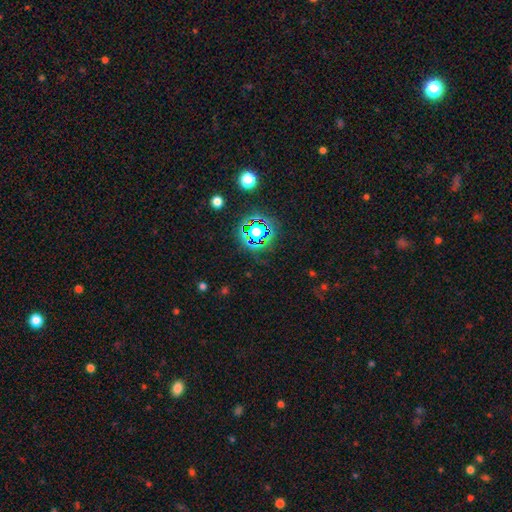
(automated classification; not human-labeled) A star or artifact, not a galaxy (78%).

Vote fractions:
- Smooth or featured? star or artifact: 78% / smooth: 14% / featured or disk: 8%